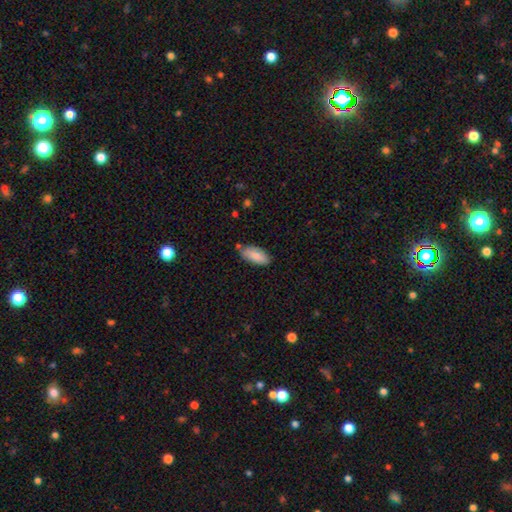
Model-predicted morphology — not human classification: Overall: smooth (85%). How rounded: in between (87%). Merging: none (73%).